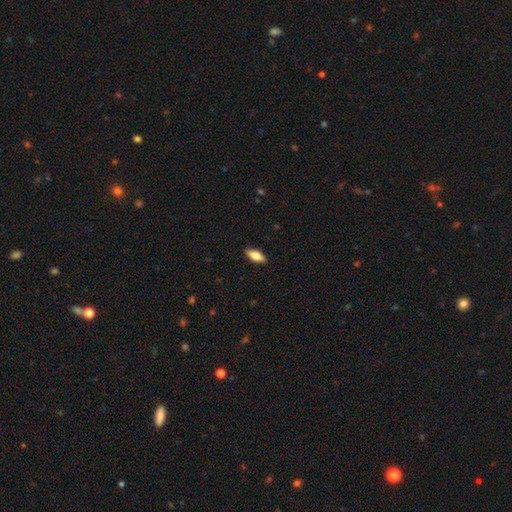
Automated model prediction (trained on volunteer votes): This is likely a smooth galaxy (75%). How rounded: clearly in between (81%). Merging: clearly none (89%).